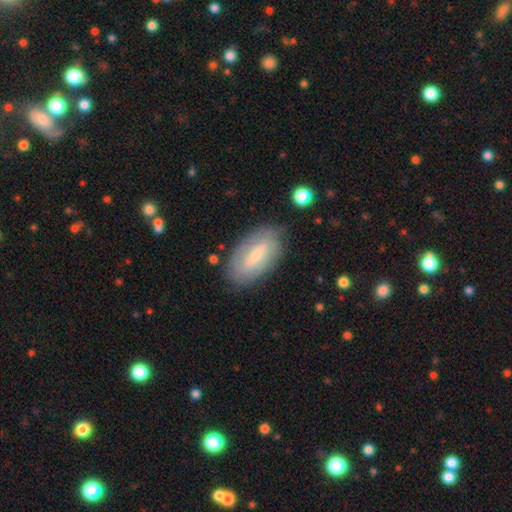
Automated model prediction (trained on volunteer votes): A featured or disk galaxy (54%).

Vote fractions:
- Smooth or featured? featured or disk: 54% / smooth: 39% / star or artifact: 7%
- Edge-on disk? no: 90% / yes: 10%
- Merging? none: 81% / minor disturbance: 14% / major disturbance: 4% / merger: 1%